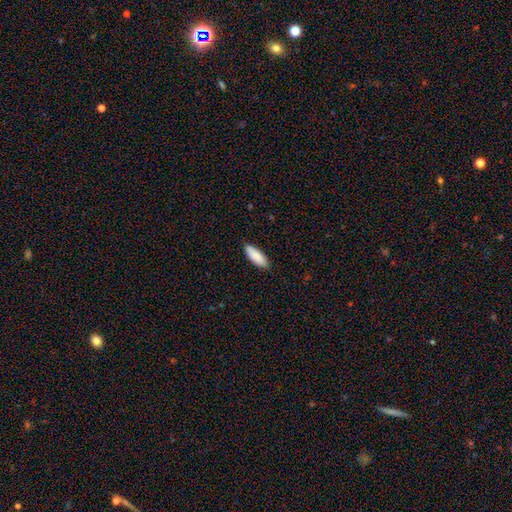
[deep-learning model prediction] Smooth or featured?
  - smooth: 89% *
  - featured or disk: 6%
  - star or artifact: 5%
How rounded?
  - in between: 67% *
  - cigar-shaped: 32%
  - round: 2%
Merging?
  - none: 87% *
  - minor disturbance: 10%
  - major disturbance: 2%
  - merger: 1%